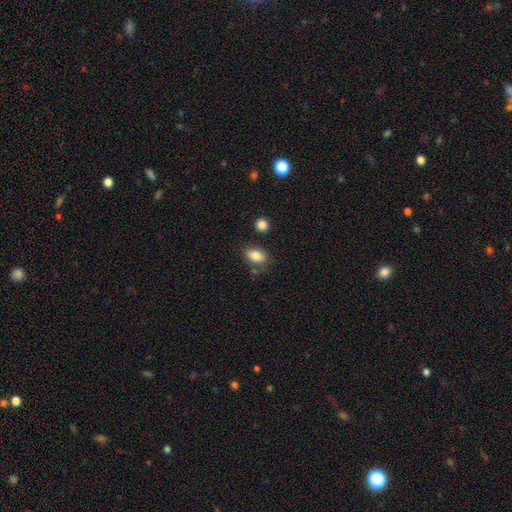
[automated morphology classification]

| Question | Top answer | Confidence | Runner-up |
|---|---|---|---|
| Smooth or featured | smooth | 83% | star or artifact (9%) |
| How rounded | in between | 81% | round (17%) |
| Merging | none | 74% | minor disturbance (15%) |